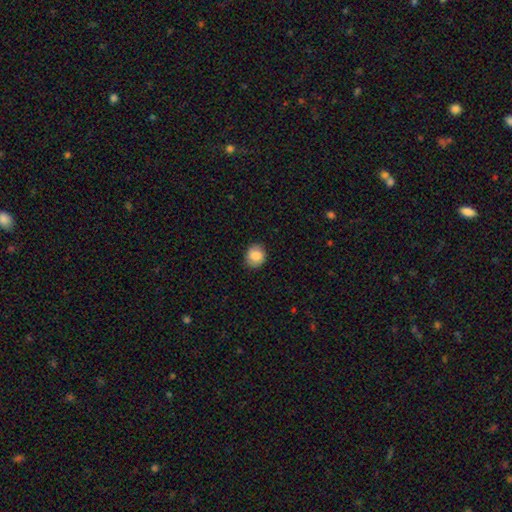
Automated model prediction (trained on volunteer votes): Smooth or featured? smooth (86%)
How rounded? round (76%)
Merging? none (86%)